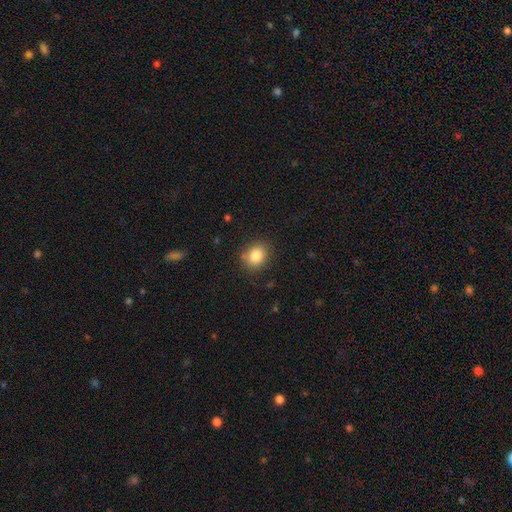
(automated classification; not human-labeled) The model was most divided on "how rounded": round: 58%, in between: 41%, cigar-shaped: 1%. More confident: smooth or featured — smooth (85%); merging — none (81%).